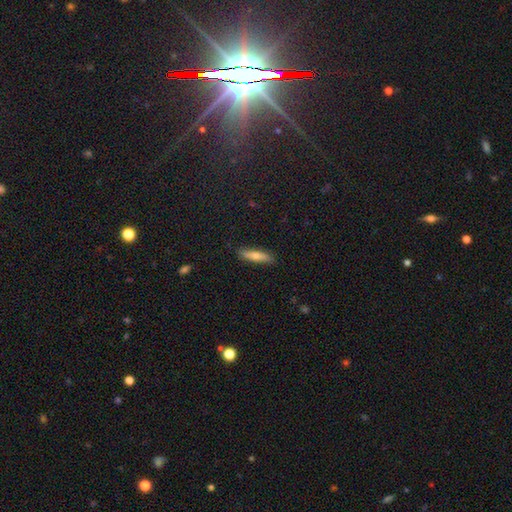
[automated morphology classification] This is likely a smooth galaxy (67%). How rounded: likely cigar-shaped (78%). Merging: clearly none (86%).